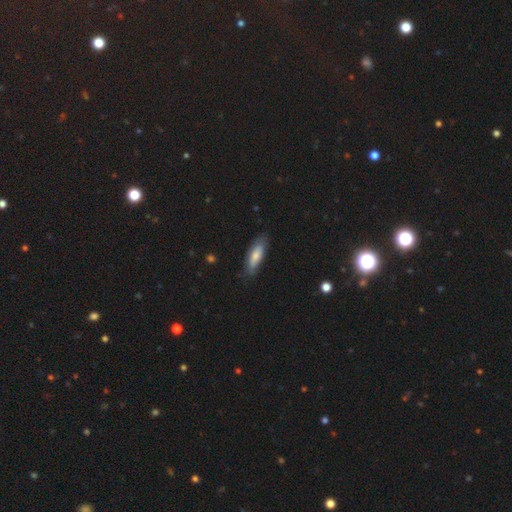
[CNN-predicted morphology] smooth 73%, featured or disk 22%, star or artifact 6%. Down the decision tree: how rounded — cigar-shaped (51%); merging — none (76%).